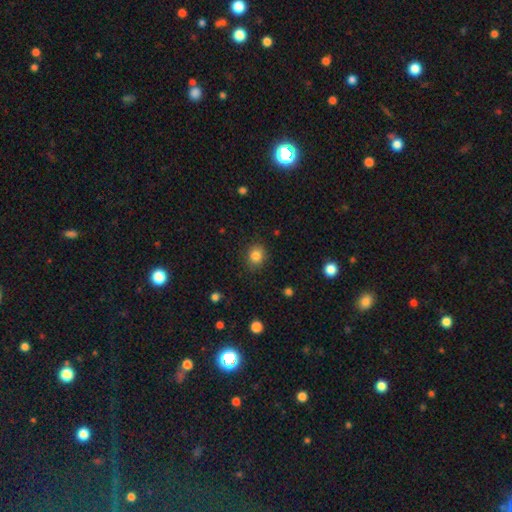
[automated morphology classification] The model was most divided on "how rounded": round: 74%, in between: 25%, cigar-shaped: 1%. More confident: merging — none (85%); smooth or featured — smooth (84%).